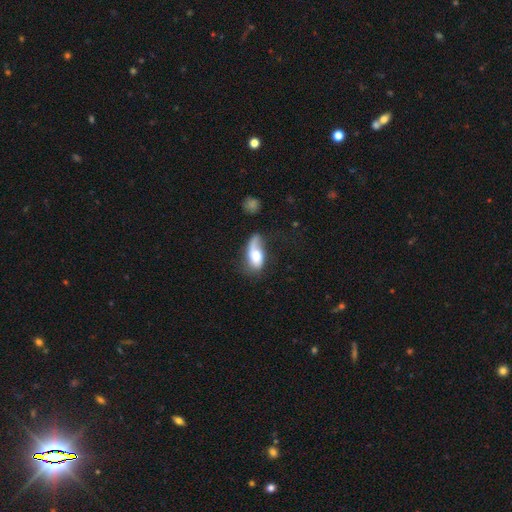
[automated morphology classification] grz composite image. It shows a smooth galaxy with no disk features (56%) that is in between round and cigar-shaped (85%). Merging: major disturbance (36%).